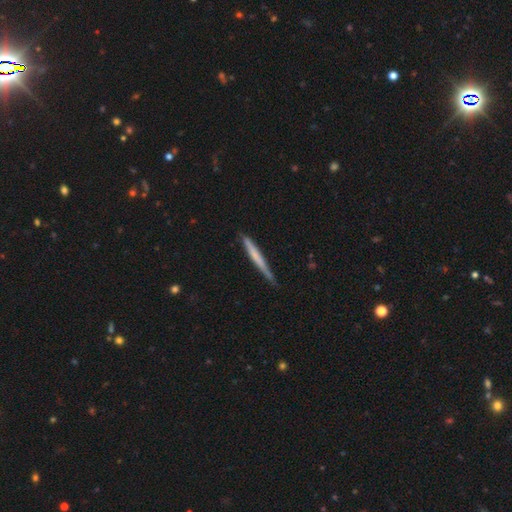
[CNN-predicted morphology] The model was most divided on "smooth or featured": smooth: 57%, featured or disk: 37%, star or artifact: 6%. More confident: how rounded — cigar-shaped (97%); merging — none (72%).